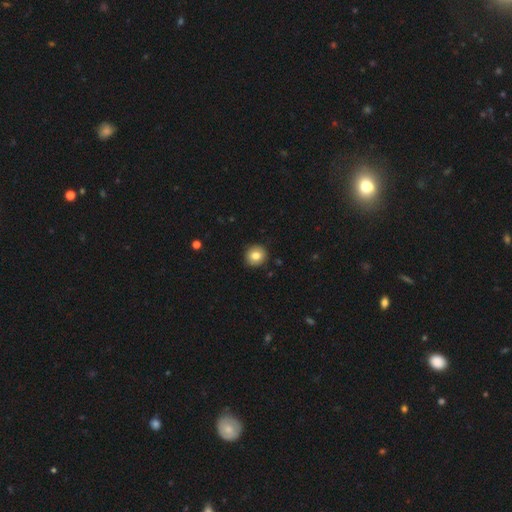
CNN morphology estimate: This is clearly a smooth galaxy (81%). How rounded: clearly round (91%). Merging: clearly none (92%).